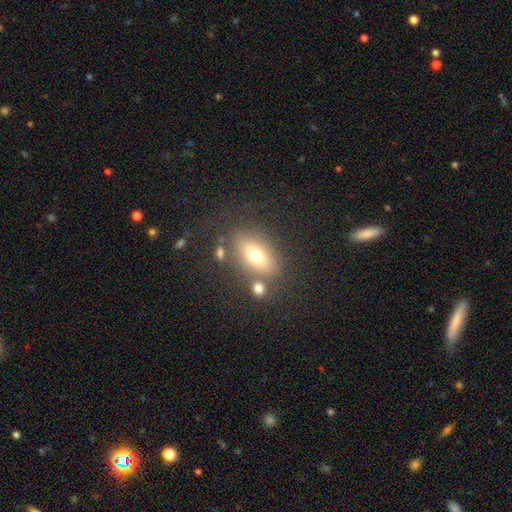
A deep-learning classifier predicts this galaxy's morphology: smooth-or-featured: smooth: 68% | featured or disk: 21% | star or artifact: 11%
  how-rounded: in between: 80% | round: 13% | cigar-shaped: 7%
  merging: none: 70% | minor disturbance: 13% | merger: 10% | major disturbance: 6%